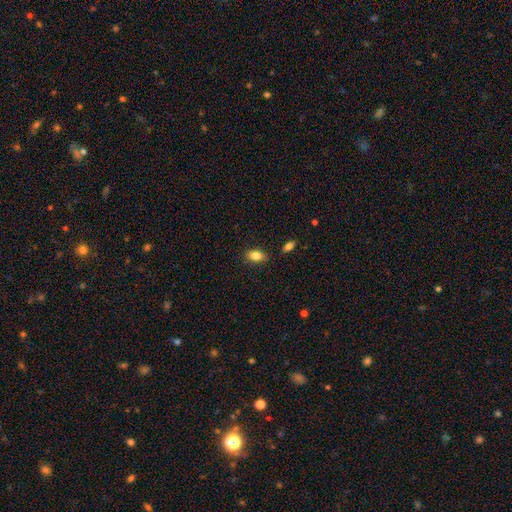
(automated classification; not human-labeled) smooth 83%, star or artifact 8%, featured or disk 8%. Down the decision tree: how rounded — in between (88%); merging — none (83%).